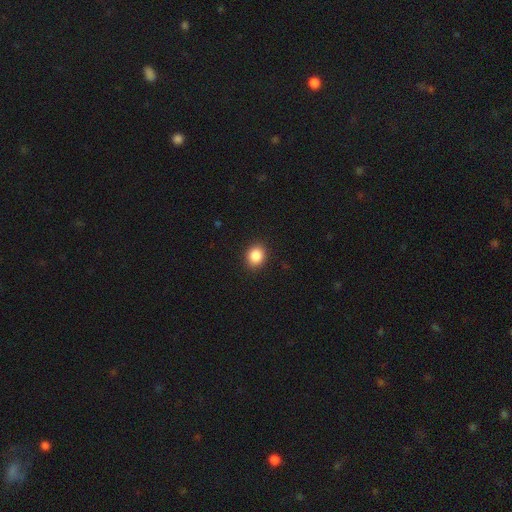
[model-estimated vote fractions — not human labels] A smooth galaxy with no disk features (87%) that is round (62%).

Vote fractions:
- Smooth or featured? smooth: 87% / star or artifact: 9% / featured or disk: 4%
- How rounded? round: 62% / in between: 37% / cigar-shaped: 1%
- Merging? none: 90% / minor disturbance: 7% / major disturbance: 2% / merger: 1%